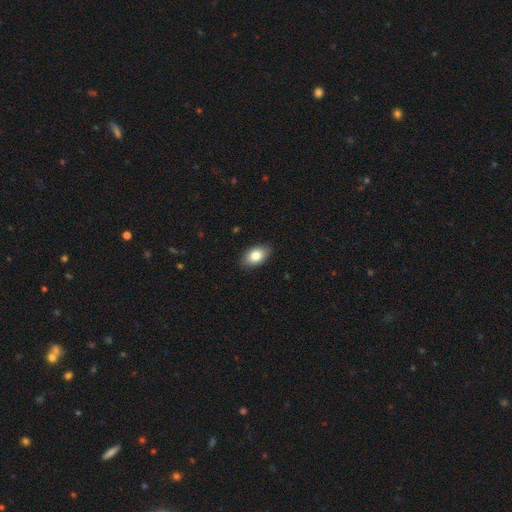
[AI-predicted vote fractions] smooth 82%, featured or disk 11%, star or artifact 7%. Down the decision tree: how rounded — in between (89%); merging — none (87%).